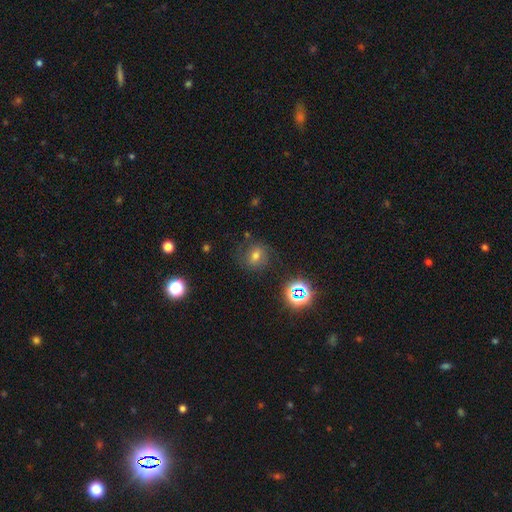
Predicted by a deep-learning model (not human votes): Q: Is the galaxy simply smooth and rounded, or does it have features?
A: smooth — 56%.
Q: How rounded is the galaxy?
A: round — 69%.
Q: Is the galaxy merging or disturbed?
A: none — 76%.